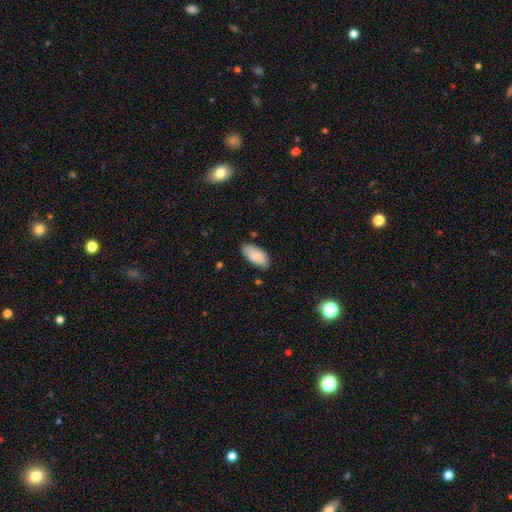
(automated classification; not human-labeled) Q: Smooth or featured?
A: smooth (85%); runner-up: featured or disk (9%)
Q: How rounded?
A: in between (93%); runner-up: cigar-shaped (5%)
Q: Merging?
A: none (74%); runner-up: minor disturbance (20%)